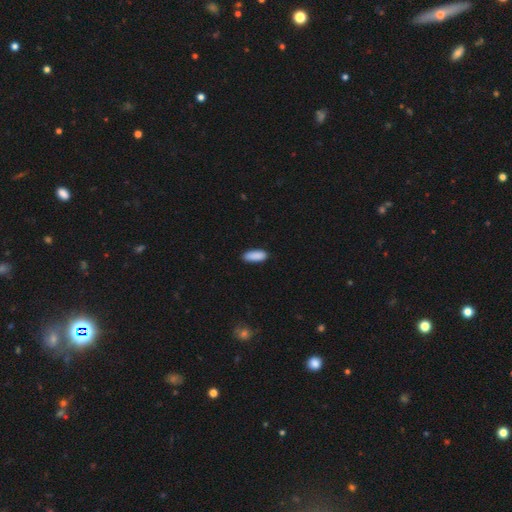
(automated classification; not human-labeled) The model was most divided on "how rounded": in between: 74%, cigar-shaped: 24%, round: 2%. More confident: smooth or featured — smooth (91%); merging — none (88%).